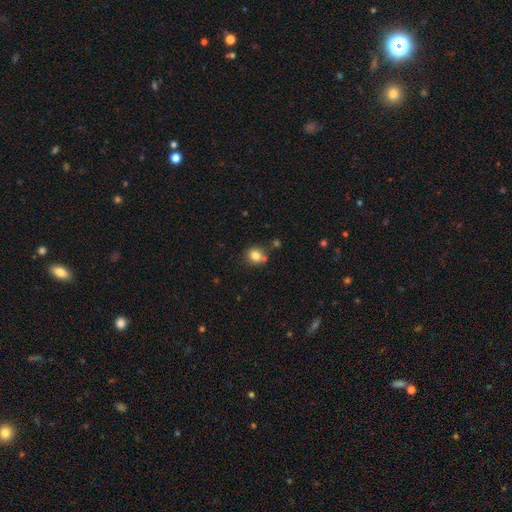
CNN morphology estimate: smooth 81%, star or artifact 11%, featured or disk 8%. Down the decision tree: how rounded — round (83%); merging — none (71%).